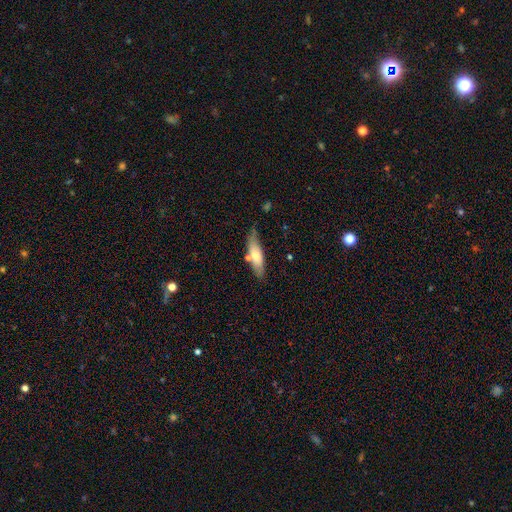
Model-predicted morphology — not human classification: This is likely a smooth galaxy (67%). How rounded: possibly cigar-shaped (54%). Merging: likely none (68%).